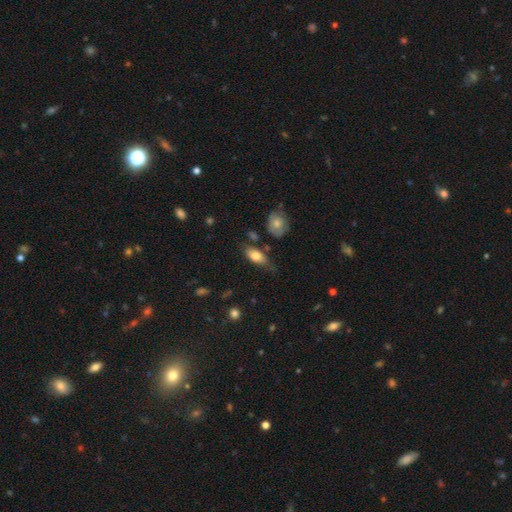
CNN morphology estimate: Smooth or featured: smooth — 76% (featured or disk — 18%)
How rounded: in between — 84% (cigar-shaped — 12%)
Merging: none — 53% (minor disturbance — 31%)